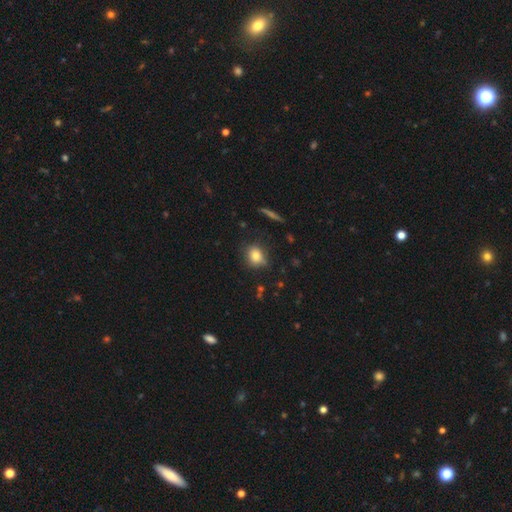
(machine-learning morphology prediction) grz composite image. It shows a smooth galaxy with no disk features (80%) that is round (58%). Merging: none (77%).